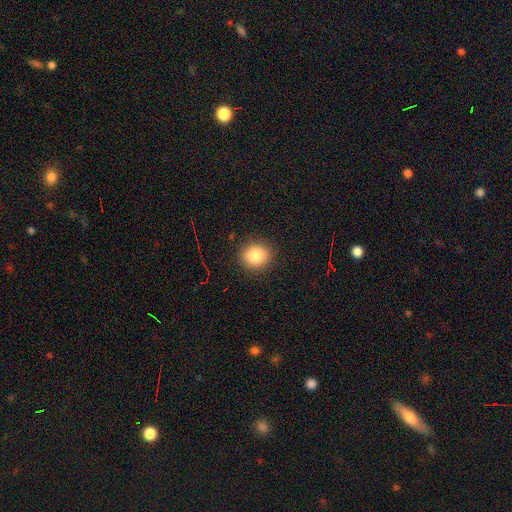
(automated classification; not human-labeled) This is clearly a smooth galaxy (83%). How rounded: clearly round (83%). Merging: clearly none (90%).